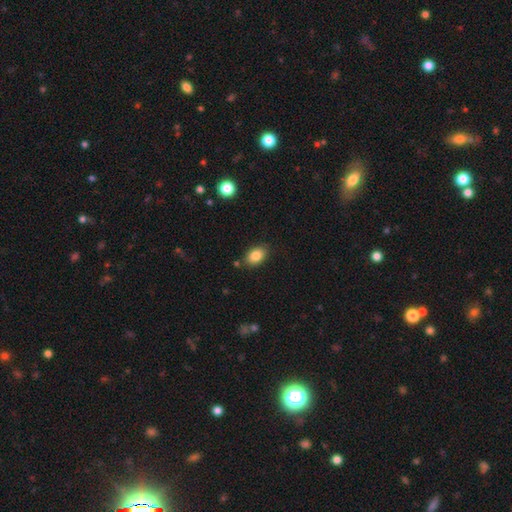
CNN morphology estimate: Smooth or featured?
  - smooth: 85% *
  - star or artifact: 8%
  - featured or disk: 7%
How rounded?
  - in between: 85% *
  - round: 14%
  - cigar-shaped: 1%
Merging?
  - none: 82% *
  - minor disturbance: 12%
  - merger: 3%
  - major disturbance: 3%